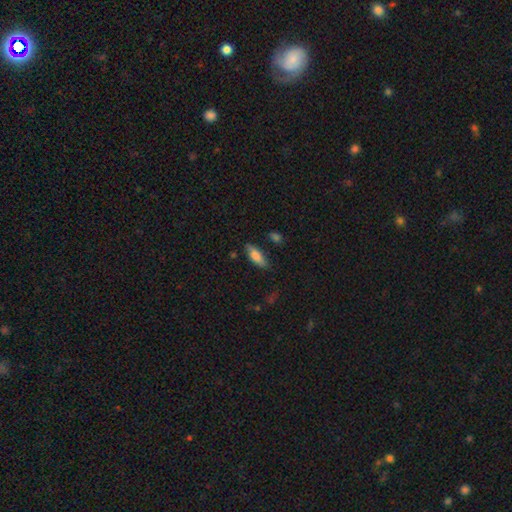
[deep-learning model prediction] smooth_or_featured: smooth (p=0.78) [alt: featured or disk p=0.15]
how_rounded: in between (p=0.70) [alt: cigar-shaped p=0.28]
merging: none (p=0.72) [alt: minor disturbance p=0.21]